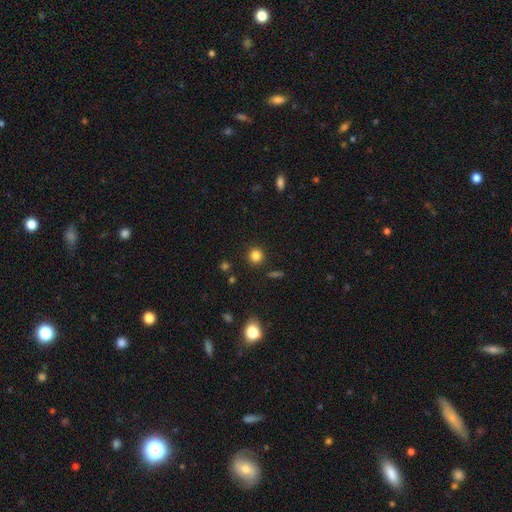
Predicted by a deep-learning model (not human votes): Overall: smooth (82%). How rounded: round (93%). Merging: none (90%).